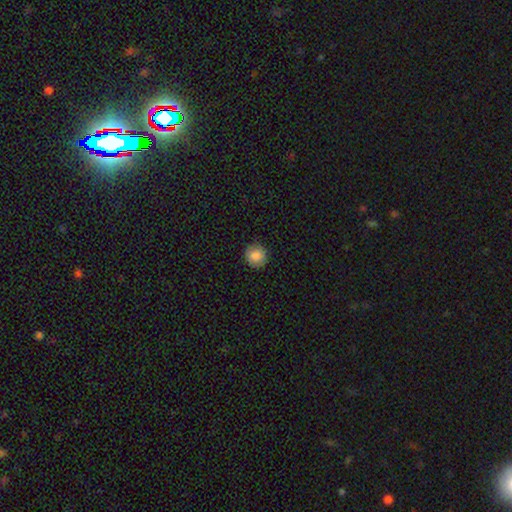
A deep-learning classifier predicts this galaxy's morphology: Smooth or featured? Predicted: smooth (p=0.85). How rounded? Predicted: round (p=0.92). Merging? Predicted: none (p=0.91).